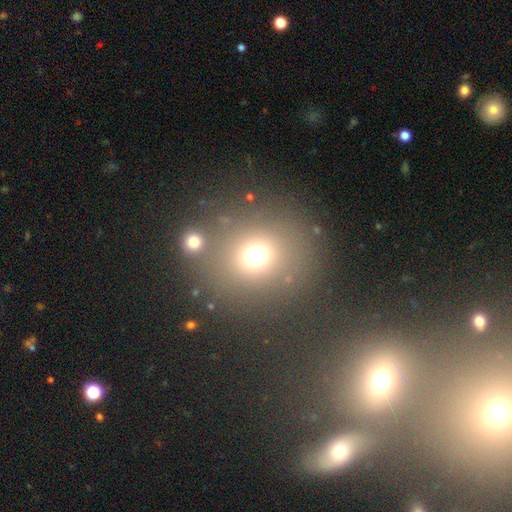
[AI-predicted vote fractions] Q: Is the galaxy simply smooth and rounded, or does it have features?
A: smooth — 69%.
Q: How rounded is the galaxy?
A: round — 82%.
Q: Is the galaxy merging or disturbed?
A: none — 69%.